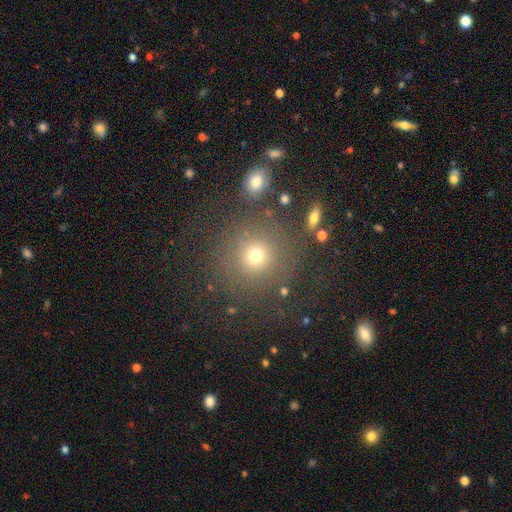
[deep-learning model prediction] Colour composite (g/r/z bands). It shows a smooth galaxy with no disk features (72%) that is round (92%). Merging: none (79%).